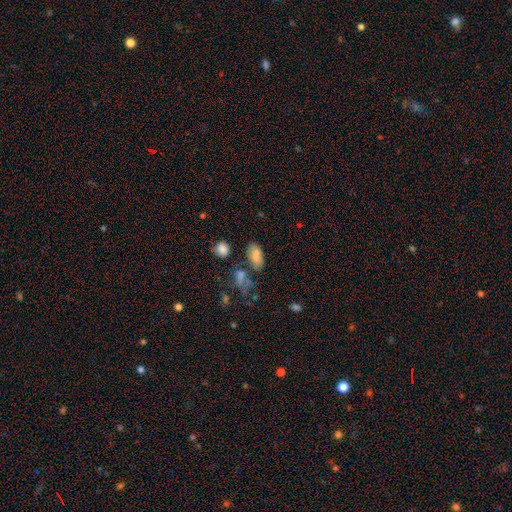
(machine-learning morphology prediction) A smooth galaxy with no disk features (78%) that is in between round and cigar-shaped (90%). Merging: none (59%).